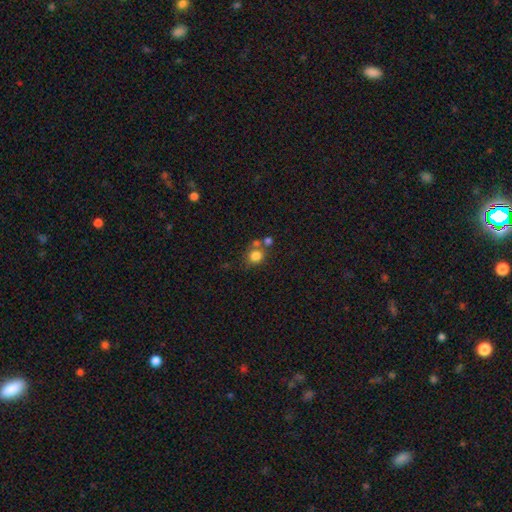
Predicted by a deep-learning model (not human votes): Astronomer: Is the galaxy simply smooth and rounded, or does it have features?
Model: smooth — 80%.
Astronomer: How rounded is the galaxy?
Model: round — 80%.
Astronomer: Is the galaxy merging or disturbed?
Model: none — 56%.